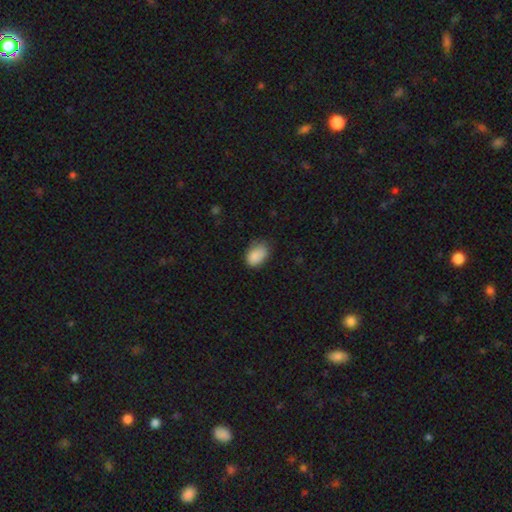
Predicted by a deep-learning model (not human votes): smooth_or_featured: smooth (p=0.88) [alt: star or artifact p=0.08]
how_rounded: in between (p=0.85) [alt: round p=0.13]
merging: none (p=0.65) [alt: minor disturbance p=0.28]